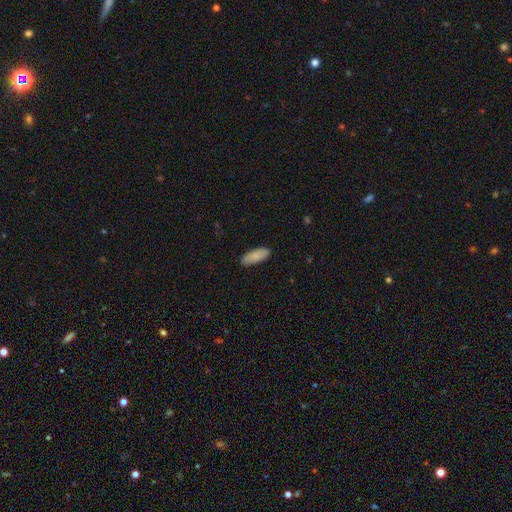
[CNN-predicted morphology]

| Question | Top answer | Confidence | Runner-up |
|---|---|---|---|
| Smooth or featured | smooth | 87% | featured or disk (7%) |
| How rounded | in between | 72% | cigar-shaped (26%) |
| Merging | none | 88% | minor disturbance (9%) |